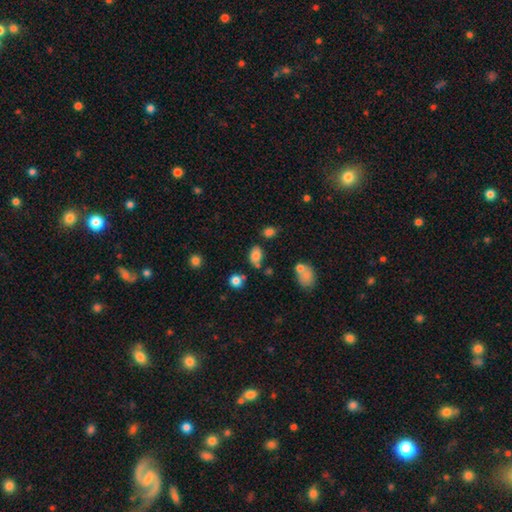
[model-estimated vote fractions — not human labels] smooth-or-featured: smooth: 79% | star or artifact: 11% | featured or disk: 10%
  how-rounded: in between: 84% | round: 14% | cigar-shaped: 2%
  merging: none: 61% | minor disturbance: 23% | merger: 9% | major disturbance: 7%